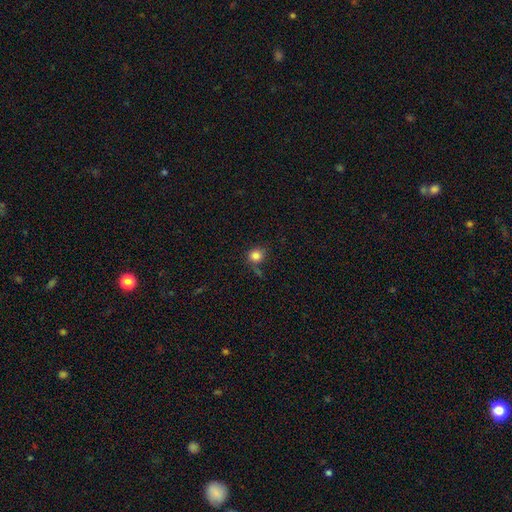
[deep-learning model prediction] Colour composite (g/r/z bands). It shows a smooth galaxy with no disk features (83%) that is round (85%). Merging: none (66%).